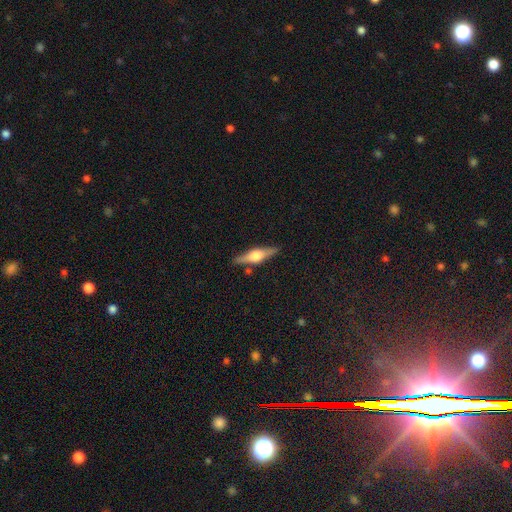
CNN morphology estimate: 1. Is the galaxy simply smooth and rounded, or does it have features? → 71% featured or disk, 23% smooth, 6% star or artifact.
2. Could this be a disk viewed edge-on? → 97% yes, 3% no.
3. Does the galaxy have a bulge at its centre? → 90% rounded, 8% boxy, 2% none.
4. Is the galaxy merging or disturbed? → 87% none, 9% minor disturbance, 3% merger, 2% major disturbance.